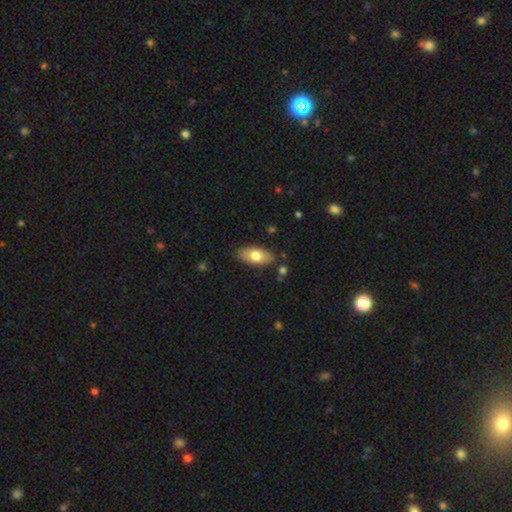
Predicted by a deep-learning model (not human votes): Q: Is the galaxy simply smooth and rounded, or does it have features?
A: smooth — 75%.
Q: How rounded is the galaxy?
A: in between — 87%.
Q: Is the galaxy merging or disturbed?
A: none — 83%.